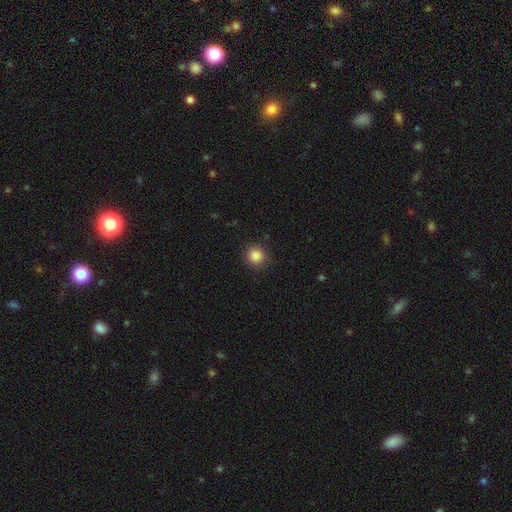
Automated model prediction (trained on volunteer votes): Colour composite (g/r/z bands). It shows a smooth galaxy with no disk features (85%) that is round (89%). Merging: none (89%).